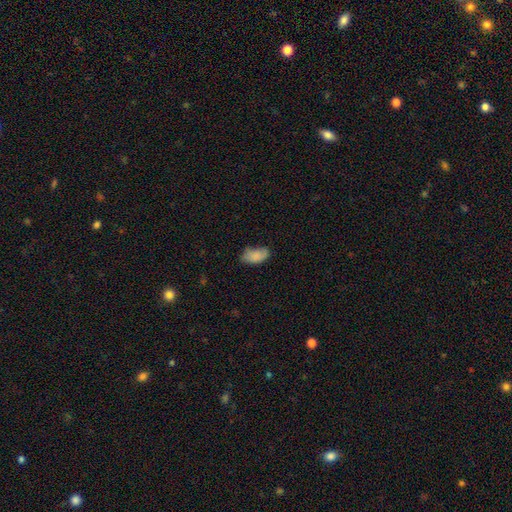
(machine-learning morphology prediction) Overall: smooth (83%). How rounded: in between (94%). Merging: none (65%; minor disturbance 27%).